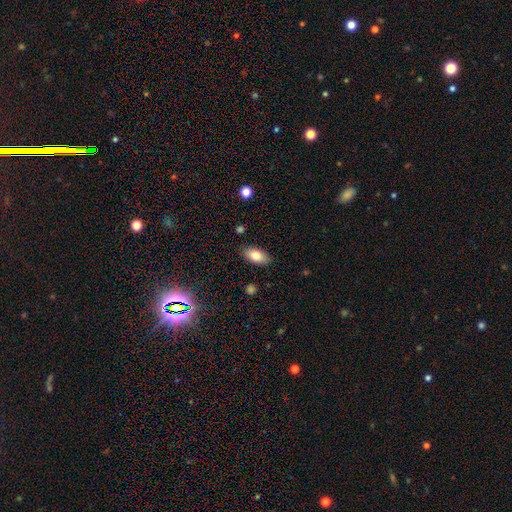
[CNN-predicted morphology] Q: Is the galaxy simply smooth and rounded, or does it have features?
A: smooth — 80%.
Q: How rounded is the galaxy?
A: in between — 91%.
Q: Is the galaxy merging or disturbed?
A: none — 85%.